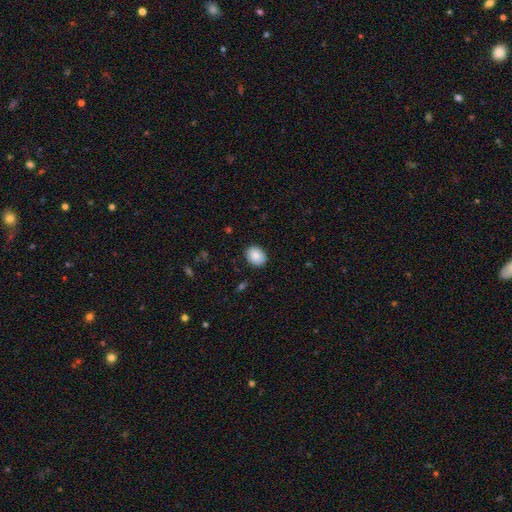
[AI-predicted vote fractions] Smooth or featured: smooth — 88% (star or artifact — 7%)
How rounded: in between — 52% (round — 47%)
Merging: none — 88% (minor disturbance — 8%)